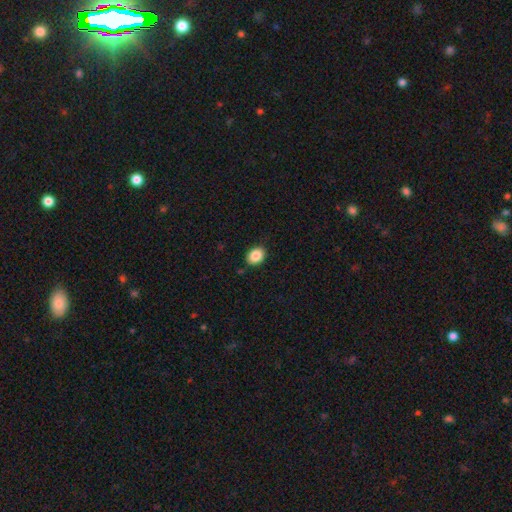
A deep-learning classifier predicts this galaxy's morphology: Smooth or featured? Predicted: smooth (p=0.87). How rounded? Predicted: in between (p=0.63). Merging? Predicted: none (p=0.85).